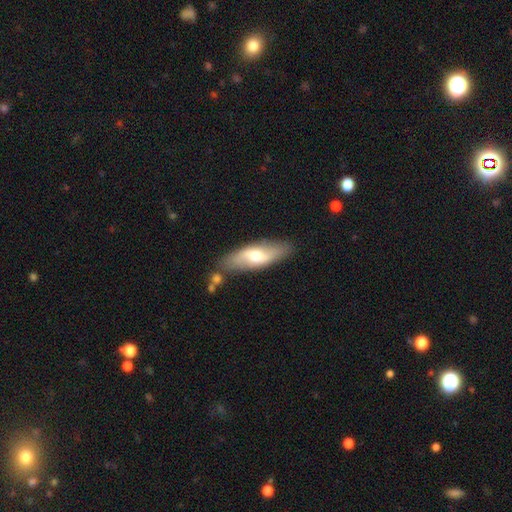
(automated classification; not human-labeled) Smooth or featured? Predicted: featured or disk (p=0.48). Merging? Predicted: none (p=0.80).